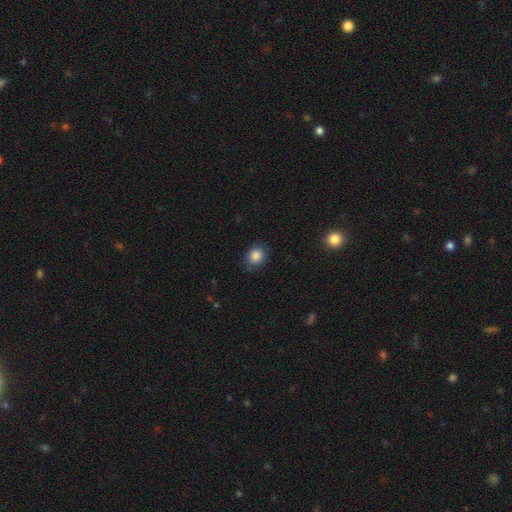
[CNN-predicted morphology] smooth-or-featured: smooth: 86% | star or artifact: 9% | featured or disk: 5%
  how-rounded: round: 57% | in between: 42% | cigar-shaped: 1%
  merging: none: 80% | minor disturbance: 15% | major disturbance: 4% | merger: 1%